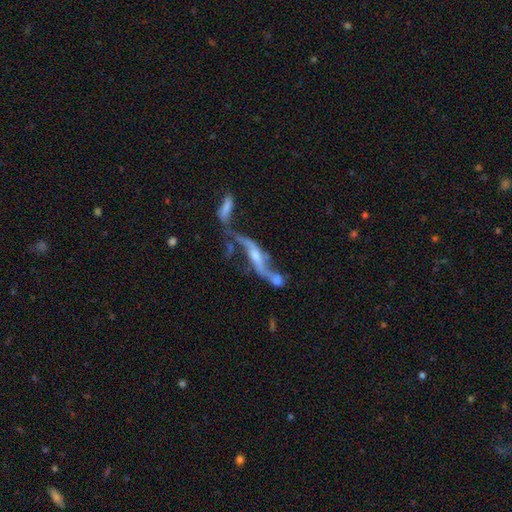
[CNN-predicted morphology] type=featured or disk (80%); edge-on=no (66%); bar=no (46%); spiral arms=yes (82%); bulge=small (42%); merging=merger (44%).